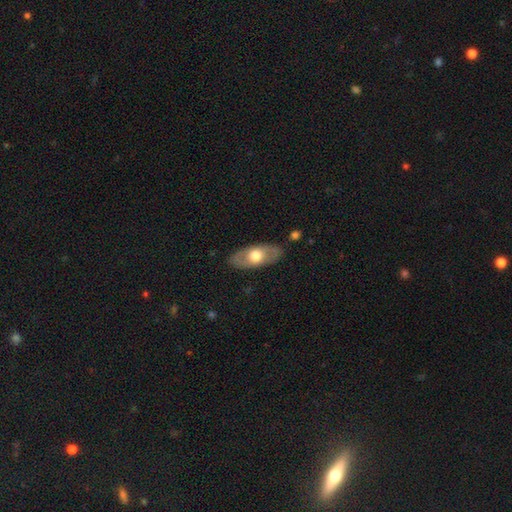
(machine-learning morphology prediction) This is possibly a featured or disk galaxy (49%). Merging: clearly none (85%).